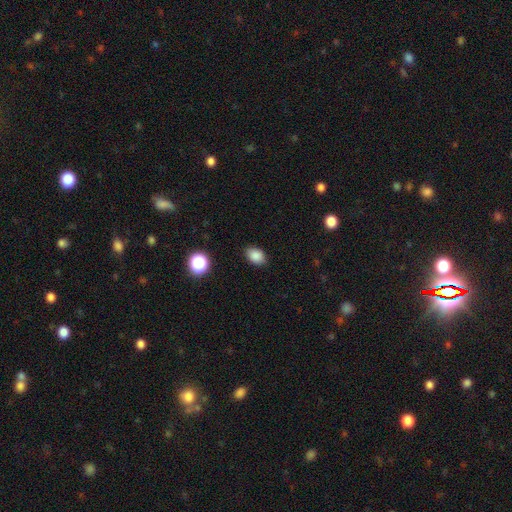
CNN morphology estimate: Q: Smooth or featured?
A: smooth (86%); runner-up: star or artifact (10%)
Q: How rounded?
A: in between (78%); runner-up: round (21%)
Q: Merging?
A: none (87%); runner-up: minor disturbance (9%)